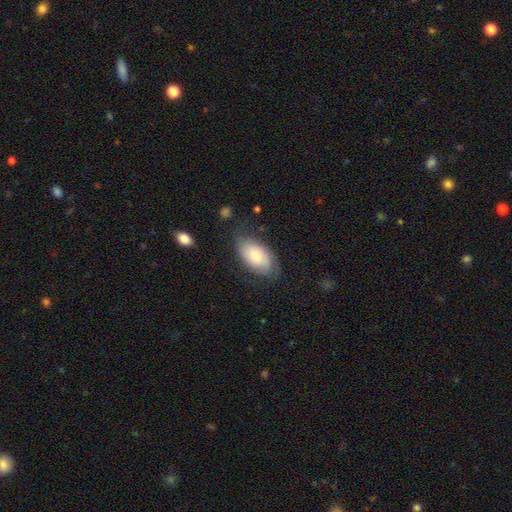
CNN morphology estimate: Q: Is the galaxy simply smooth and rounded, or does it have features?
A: smooth — 56%.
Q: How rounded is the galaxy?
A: in between — 93%.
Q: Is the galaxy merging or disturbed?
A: none — 63%.